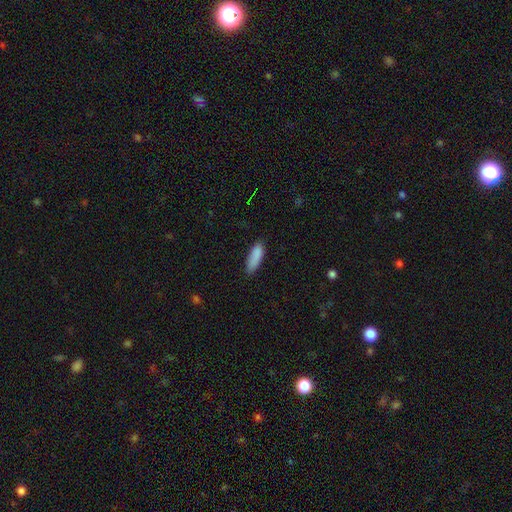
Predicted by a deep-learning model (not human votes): Overall: smooth (88%). How rounded: in between (62%; cigar-shaped 36%). Merging: none (77%).